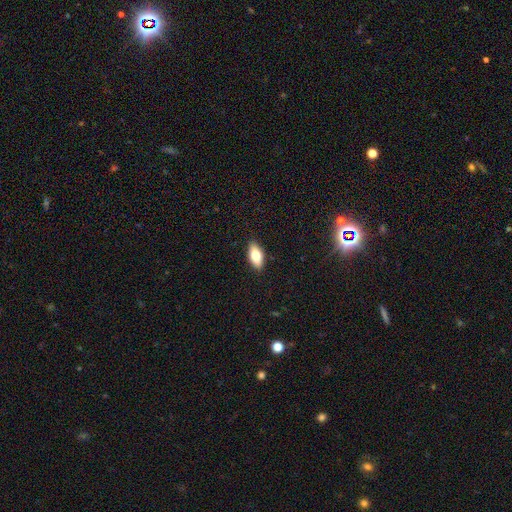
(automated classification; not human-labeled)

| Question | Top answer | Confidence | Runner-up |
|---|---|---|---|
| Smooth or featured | smooth | 74% | featured or disk (18%) |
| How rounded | in between | 87% | cigar-shaped (10%) |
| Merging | none | 89% | minor disturbance (8%) |